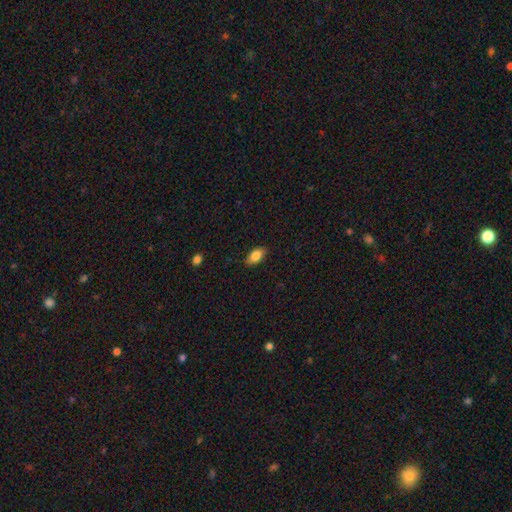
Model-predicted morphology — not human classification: Overall: smooth (84%). How rounded: in between (91%). Merging: none (84%).